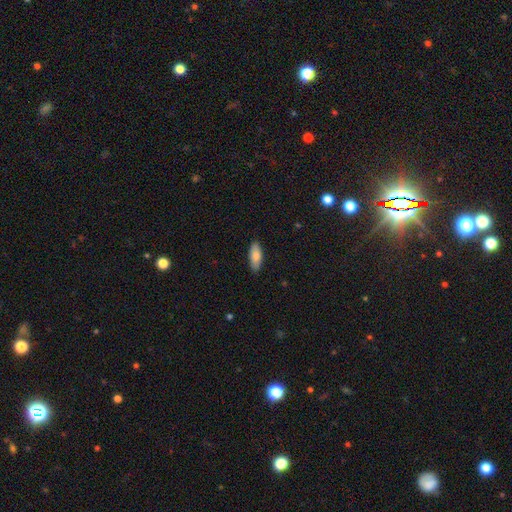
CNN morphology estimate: Smooth or featured?
  - smooth: 82% *
  - featured or disk: 12%
  - star or artifact: 6%
How rounded?
  - in between: 77% *
  - cigar-shaped: 21%
  - round: 2%
Merging?
  - none: 88% *
  - minor disturbance: 9%
  - major disturbance: 2%
  - merger: 1%